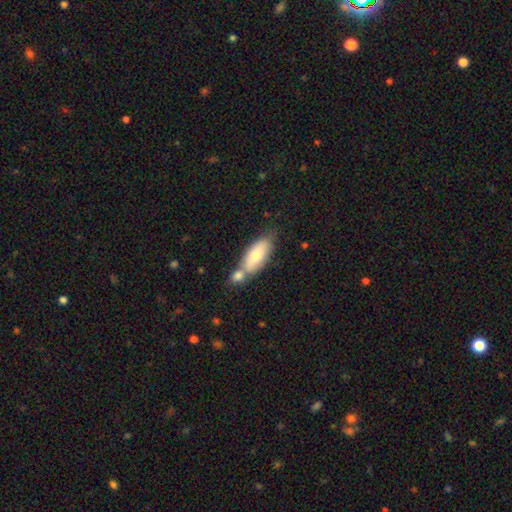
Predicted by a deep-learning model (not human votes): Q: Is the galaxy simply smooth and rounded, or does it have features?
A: smooth — 72%.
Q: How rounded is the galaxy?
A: in between — 77%.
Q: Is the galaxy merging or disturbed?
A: merger — 43%.